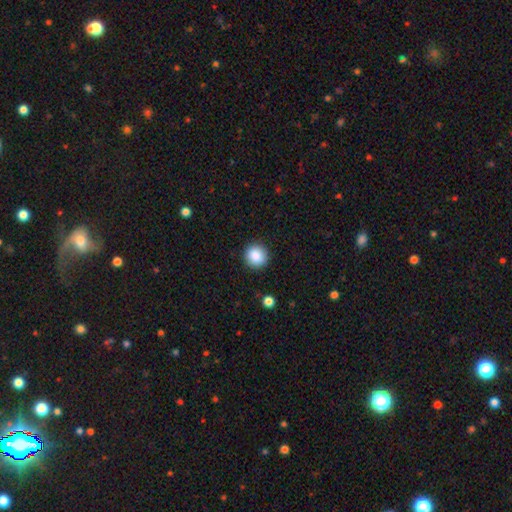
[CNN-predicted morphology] This appears to be a smooth galaxy with no disk features (88%) that is round (93%). Merging: none (92%).